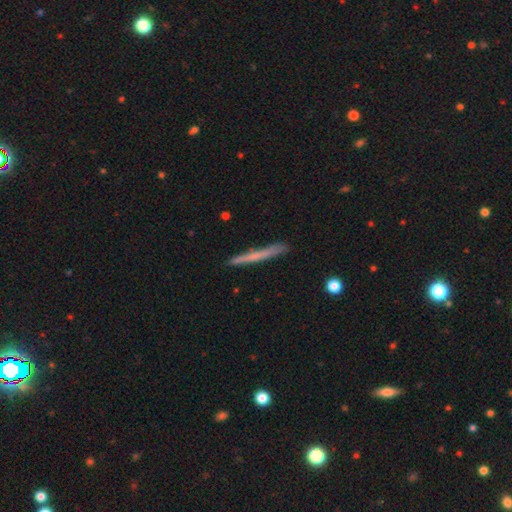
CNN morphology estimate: smooth 56%, featured or disk 38%, star or artifact 6%. Down the decision tree: how rounded — cigar-shaped (97%); merging — none (87%).